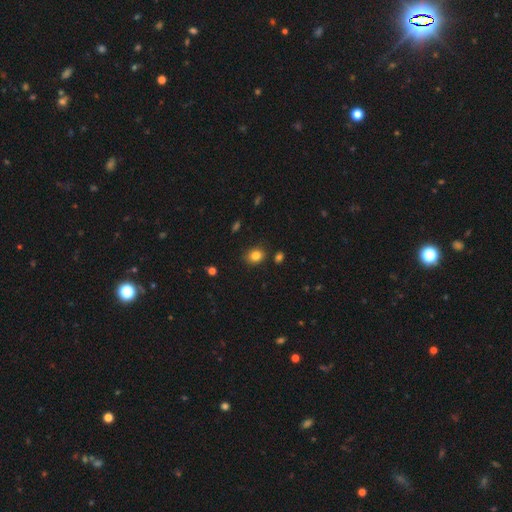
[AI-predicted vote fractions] A smooth galaxy with no disk features (82%) that is round (55%). Merging: none (82%).